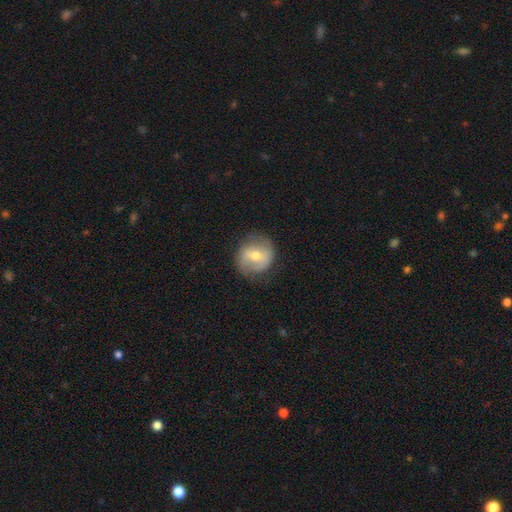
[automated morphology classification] featured or disk 49%, smooth 44%, star or artifact 7%. Down the decision tree: merging — none (77%).